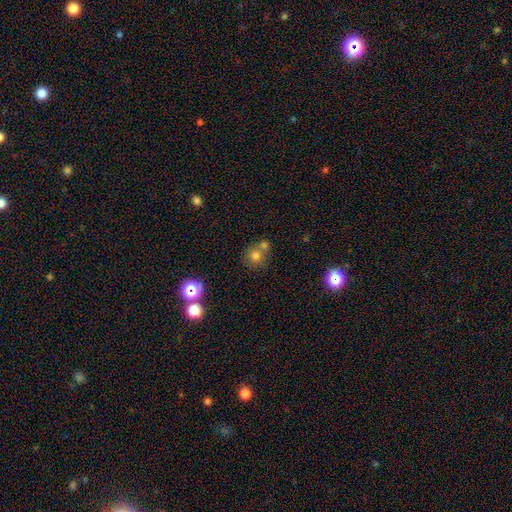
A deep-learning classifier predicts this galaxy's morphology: Smooth or featured?
  - smooth: 72% *
  - star or artifact: 14%
  - featured or disk: 14%
How rounded?
  - round: 86% *
  - in between: 13%
  - cigar-shaped: 1%
Merging?
  - none: 50% *
  - merger: 38%
  - minor disturbance: 9%
  - major disturbance: 3%